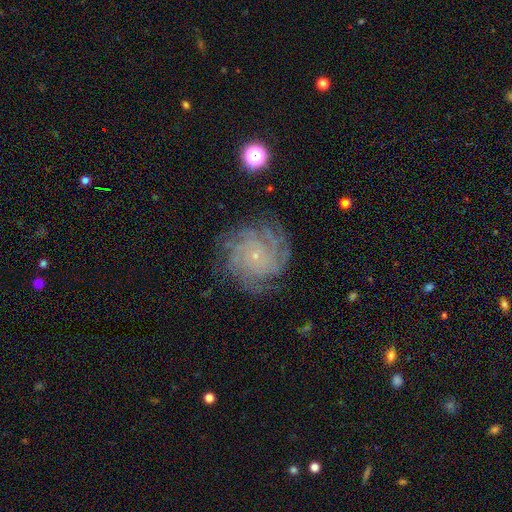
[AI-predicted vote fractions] Smooth or featured: featured or disk — 83% (star or artifact — 8%)
Edge-on disk: no — 97% (yes — 3%)
Bar: no — 81% (weak — 15%)
Spiral arms: yes — 97% (no — 3%)
Spiral winding: tight — 77% (medium — 20%)
Spiral arm count: 4 — 29% (more than 4 — 24%)
Bulge size: small — 87% (moderate — 8%)
Merging: none — 78% (minor disturbance — 14%)